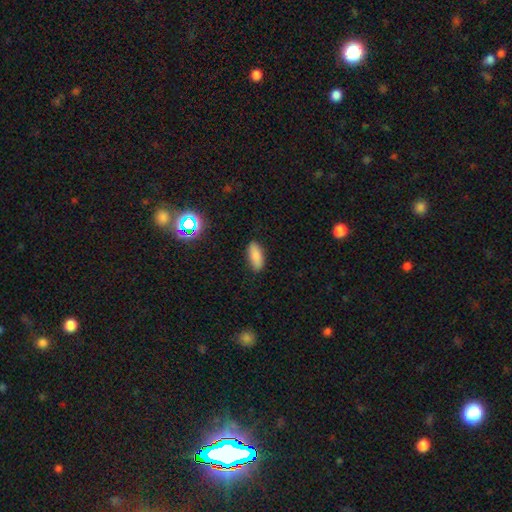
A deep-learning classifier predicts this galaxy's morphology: Smooth or featured? smooth (83%)
How rounded? in between (81%)
Merging? none (87%)